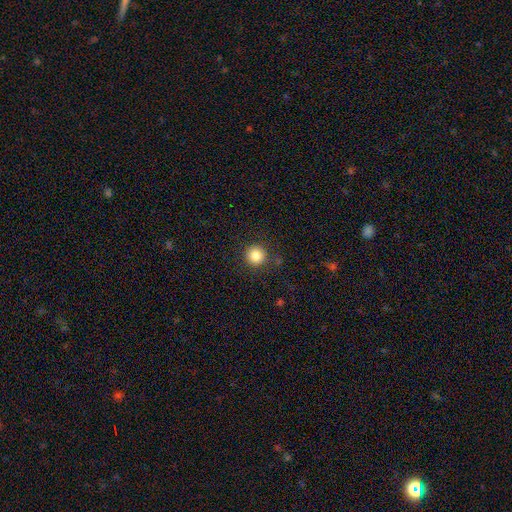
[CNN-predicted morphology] This appears to be a smooth galaxy with no disk features (84%) that is round (95%). Merging: none (89%).